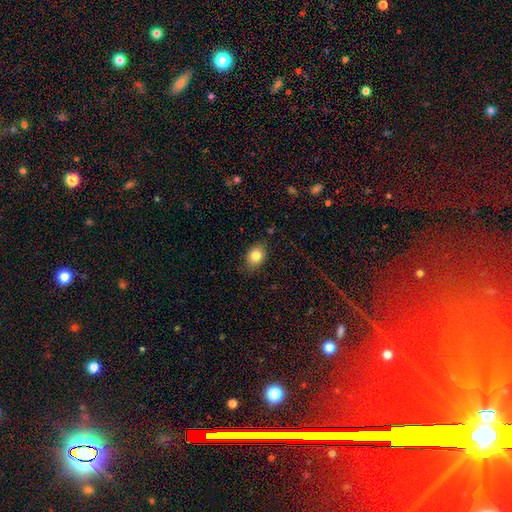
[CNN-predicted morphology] Q: Smooth or featured?
A: smooth (82%); runner-up: featured or disk (9%)
Q: How rounded?
A: in between (69%); runner-up: round (29%)
Q: Merging?
A: none (82%); runner-up: minor disturbance (14%)